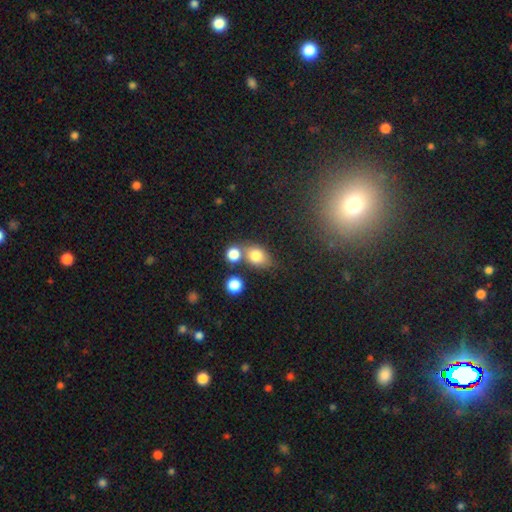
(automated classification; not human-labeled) Smooth or featured?
  - smooth: 79% *
  - star or artifact: 12%
  - featured or disk: 10%
How rounded?
  - in between: 61% *
  - round: 37%
  - cigar-shaped: 2%
Merging?
  - none: 52% *
  - merger: 30%
  - minor disturbance: 13%
  - major disturbance: 5%